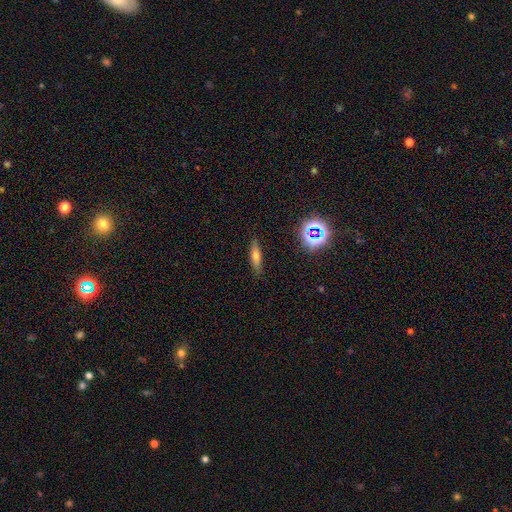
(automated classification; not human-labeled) Smooth or featured: smooth — 57% (featured or disk — 28%)
How rounded: cigar-shaped — 67% (in between — 28%)
Merging: none — 86% (minor disturbance — 11%)